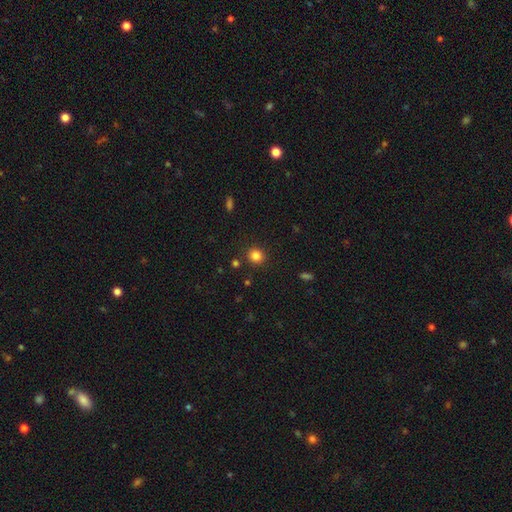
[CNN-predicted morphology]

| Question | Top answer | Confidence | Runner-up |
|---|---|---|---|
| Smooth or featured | smooth | 83% | star or artifact (13%) |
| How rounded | round | 85% | in between (14%) |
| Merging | none | 88% | minor disturbance (7%) |